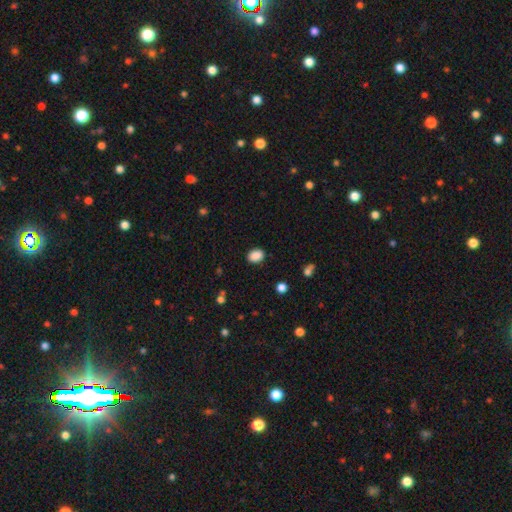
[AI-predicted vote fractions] smooth_or_featured: smooth (p=0.88) [alt: star or artifact p=0.09]
how_rounded: in between (p=0.69) [alt: round p=0.30]
merging: none (p=0.87) [alt: minor disturbance p=0.09]